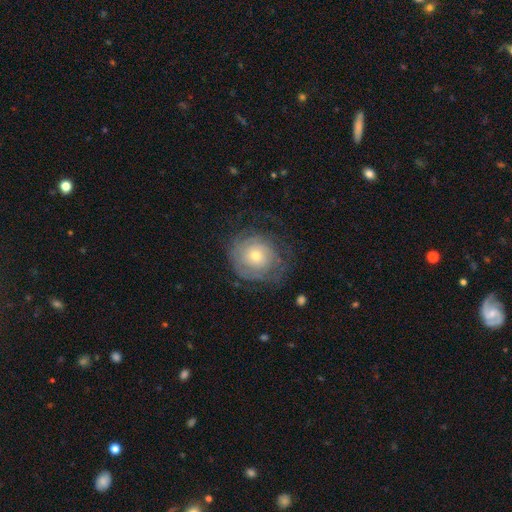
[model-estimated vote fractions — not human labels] Q: Smooth or featured?
A: featured or disk (62%); runner-up: smooth (30%)
Q: Edge-on disk?
A: no (97%); runner-up: yes (3%)
Q: Bar?
A: no (83%); runner-up: weak (15%)
Q: Spiral arms?
A: yes (78%); runner-up: no (22%)
Q: Bulge size?
A: small (50%); runner-up: moderate (44%)
Q: Merging?
A: none (64%); runner-up: minor disturbance (20%)